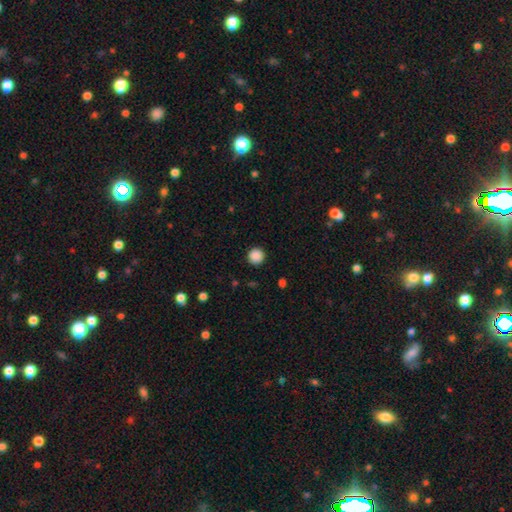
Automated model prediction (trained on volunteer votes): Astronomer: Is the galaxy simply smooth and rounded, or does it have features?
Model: smooth — 88%.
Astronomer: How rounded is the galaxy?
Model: round — 96%.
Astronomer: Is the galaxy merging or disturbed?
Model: none — 92%.